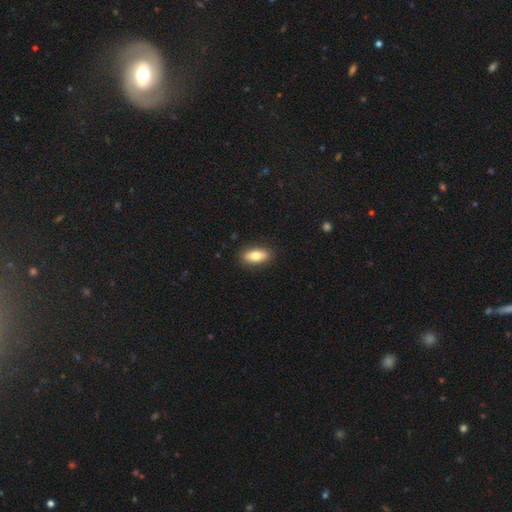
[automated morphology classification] type=smooth (78%); roundness=in between (87%); merging=none (88%).